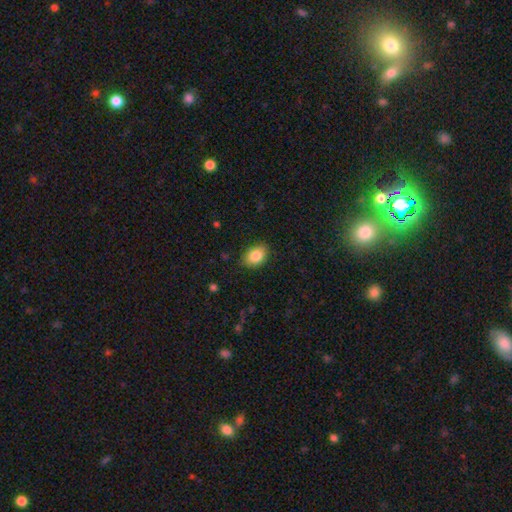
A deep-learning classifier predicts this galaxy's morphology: smooth_or_featured: smooth (p=0.85) [alt: star or artifact p=0.08]
how_rounded: in between (p=0.80) [alt: round p=0.19]
merging: none (p=0.85) [alt: minor disturbance p=0.11]